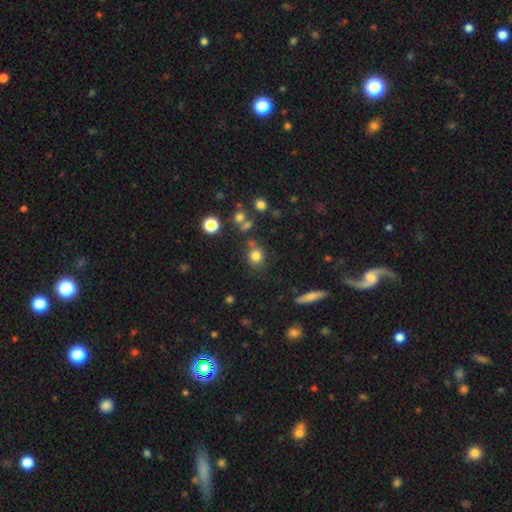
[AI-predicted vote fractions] The model was most divided on "how rounded": round: 76%, in between: 22%, cigar-shaped: 2%. More confident: smooth or featured — smooth (78%); merging — none (71%).